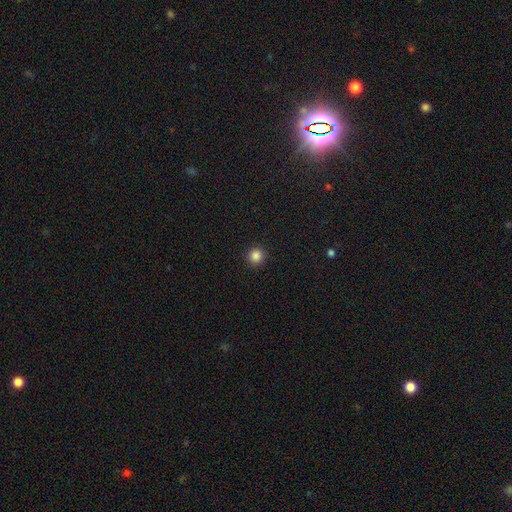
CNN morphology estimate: smooth_or_featured: smooth (p=0.86) [alt: star or artifact p=0.11]
how_rounded: round (p=0.95) [alt: in between p=0.04]
merging: none (p=0.93) [alt: minor disturbance p=0.04]